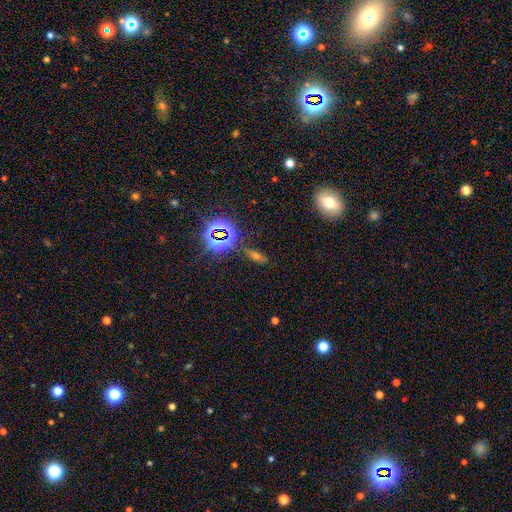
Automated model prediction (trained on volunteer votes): This is marginally a star or artifact rather than a galaxy (44%).